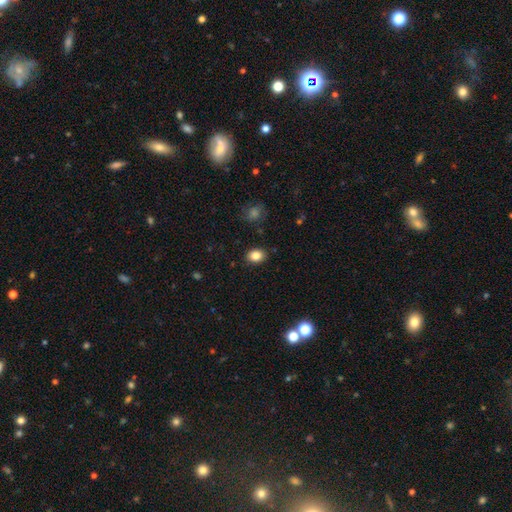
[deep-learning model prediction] A smooth galaxy with no disk features (84%) that is in between round and cigar-shaped (61%).

Vote fractions:
- Smooth or featured? smooth: 84% / star or artifact: 10% / featured or disk: 6%
- How rounded? in between: 61% / round: 38% / cigar-shaped: 1%
- Merging? none: 88% / minor disturbance: 9% / major disturbance: 2% / merger: 1%